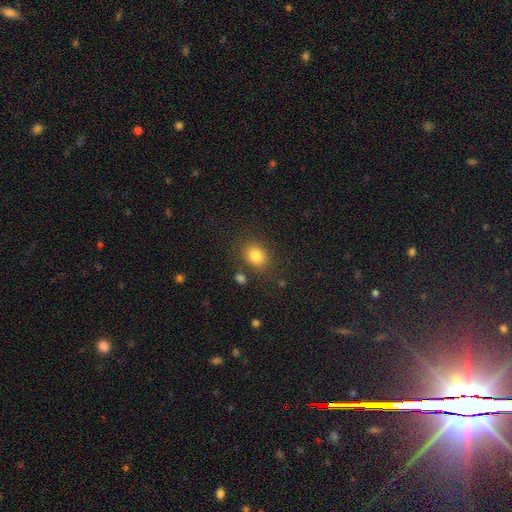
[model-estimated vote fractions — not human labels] A smooth galaxy with no disk features (83%) that is round (50%). Merging: none (80%).